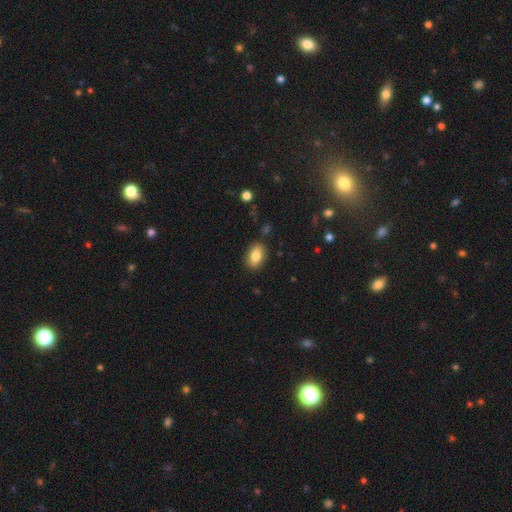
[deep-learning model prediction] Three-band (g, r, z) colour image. It shows a smooth galaxy with no disk features (82%) that is in between round and cigar-shaped (87%). Merging: none (86%).